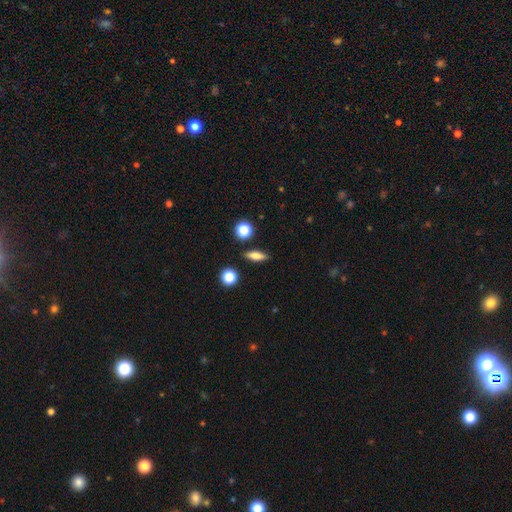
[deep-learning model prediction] smooth_or_featured: smooth (p=0.68) [alt: featured or disk p=0.22]
how_rounded: cigar-shaped (p=0.46) [alt: in between p=0.43]
merging: none (p=0.88) [alt: minor disturbance p=0.08]